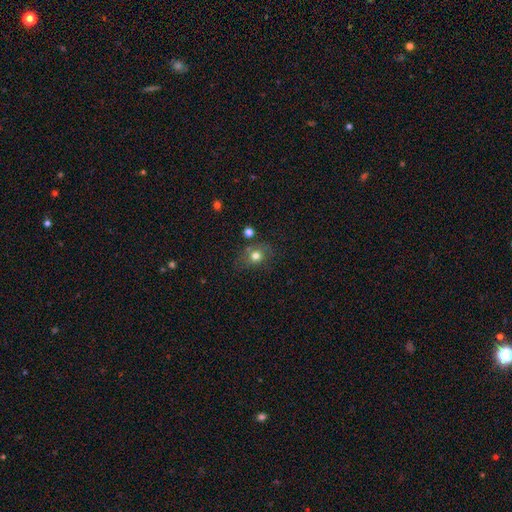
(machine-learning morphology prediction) A smooth galaxy with no disk features (73%) that is round (59%).

Vote fractions:
- Smooth or featured? smooth: 73% / star or artifact: 14% / featured or disk: 13%
- How rounded? round: 59% / in between: 40% / cigar-shaped: 1%
- Merging? none: 63% / minor disturbance: 20% / merger: 10% / major disturbance: 8%